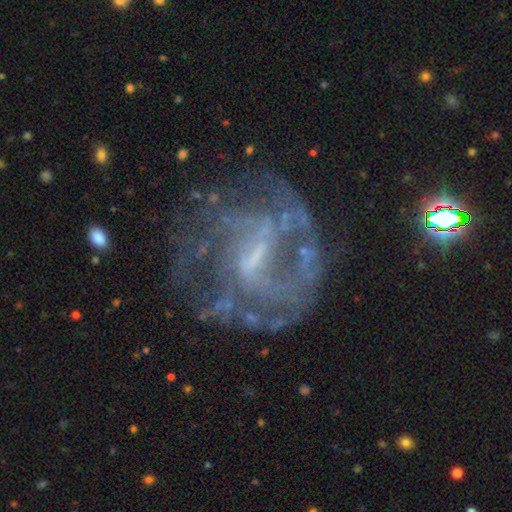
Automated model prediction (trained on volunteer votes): This is clearly a featured or disk galaxy (81%). It is clearly not viewed edge-on (97%). Bar: possibly weak (52%). Spiral arm pattern: clearly yes (80%). Spiral arm count: marginally can't tell (41%). Spiral winding: marginally medium (42%). Central bulge: marginally small (43%). Merging: likely none (60%).